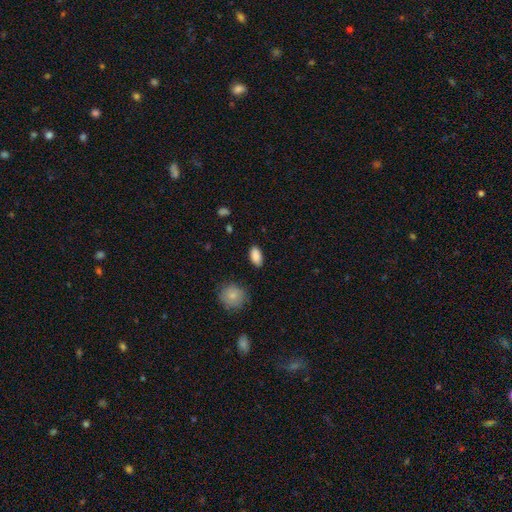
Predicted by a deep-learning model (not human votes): smooth_or_featured: smooth (p=0.88) [alt: star or artifact p=0.07]
how_rounded: in between (p=0.92) [alt: round p=0.05]
merging: none (p=0.86) [alt: minor disturbance p=0.10]